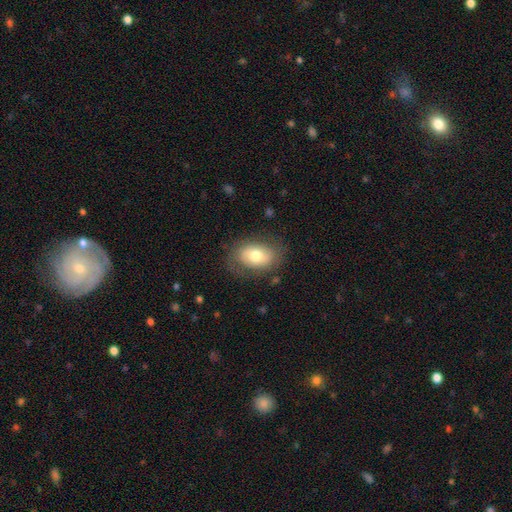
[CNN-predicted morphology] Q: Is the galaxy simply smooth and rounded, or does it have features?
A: smooth — 67%.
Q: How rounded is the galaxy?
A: in between — 80%.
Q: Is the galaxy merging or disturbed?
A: none — 76%.